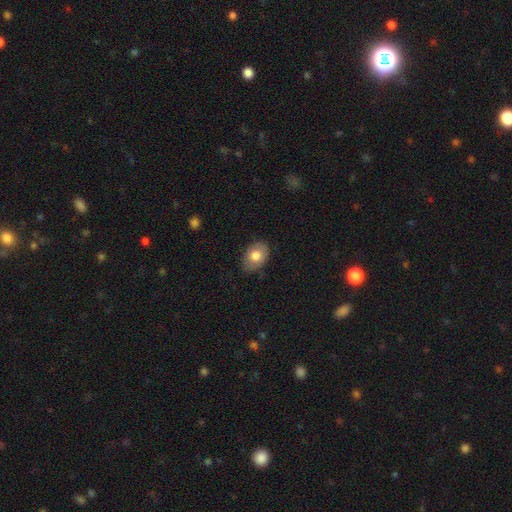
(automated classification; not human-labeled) smooth-or-featured: smooth: 74% | featured or disk: 19% | star or artifact: 7%
  how-rounded: in between: 82% | round: 17% | cigar-shaped: 1%
  merging: none: 78% | minor disturbance: 18% | major disturbance: 4% | merger: 1%